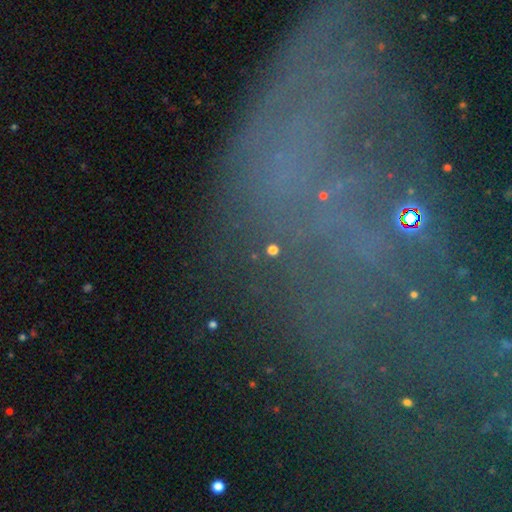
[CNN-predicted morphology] Q: Smooth or featured?
A: star or artifact (52%); runner-up: featured or disk (31%)